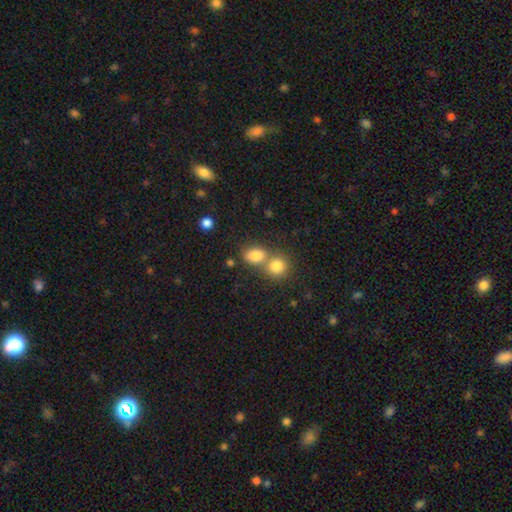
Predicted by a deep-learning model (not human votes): smooth 81%, star or artifact 10%, featured or disk 8%. Down the decision tree: how rounded — in between (63%); merging — merger (47%).